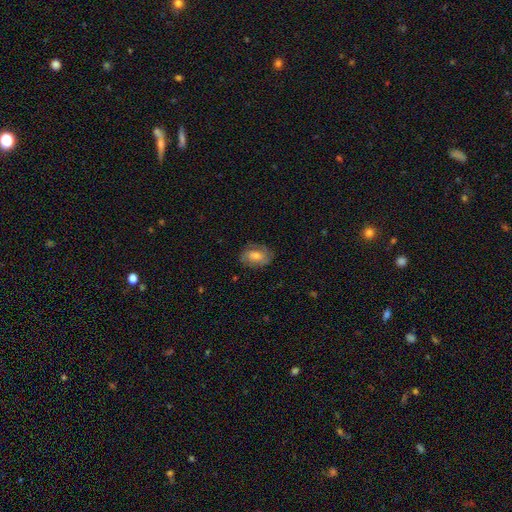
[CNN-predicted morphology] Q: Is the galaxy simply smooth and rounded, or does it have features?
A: smooth — 50%.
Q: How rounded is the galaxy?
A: in between — 82%.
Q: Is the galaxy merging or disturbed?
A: none — 75%.